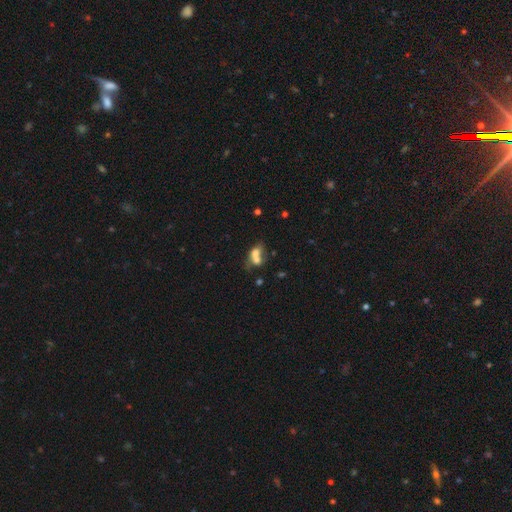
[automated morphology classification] A smooth galaxy with no disk features (63%) that is in between round and cigar-shaped (69%). Merging: merger (63%).